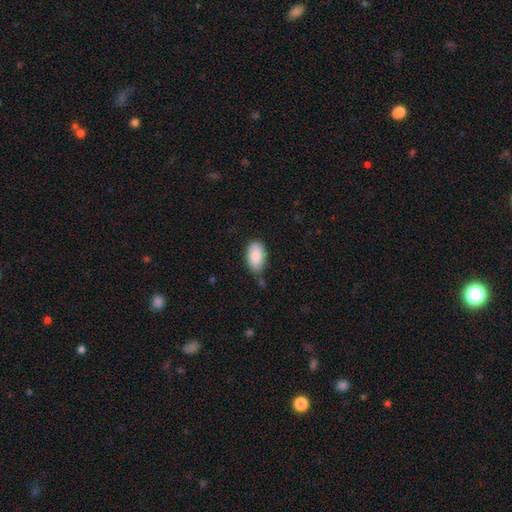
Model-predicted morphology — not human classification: Overall: smooth (86%). How rounded: in between (94%). Merging: none (69%).